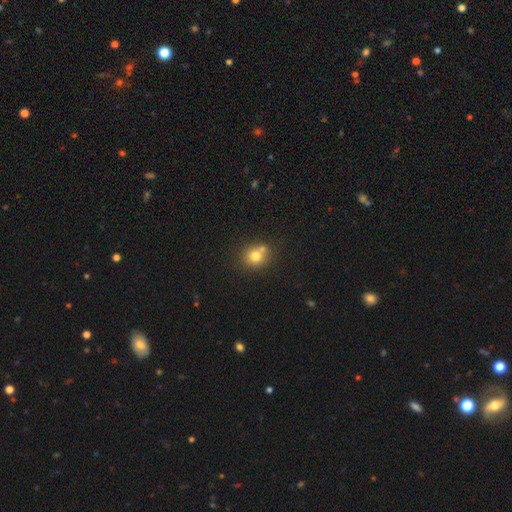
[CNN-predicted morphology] This appears to be a smooth galaxy with no disk features (75%) that is round (80%). Merging: none (55%).